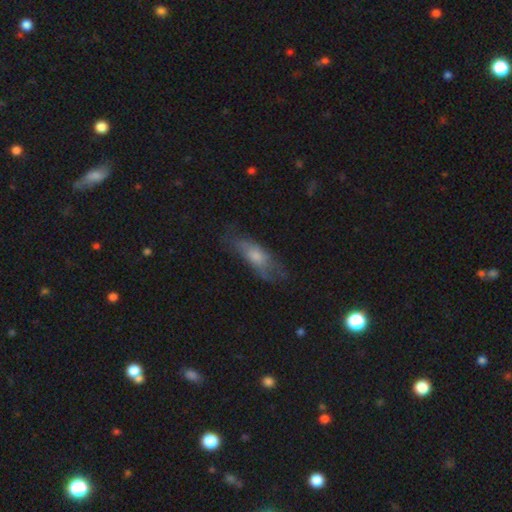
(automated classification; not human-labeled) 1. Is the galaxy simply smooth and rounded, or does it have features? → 53% smooth, 37% featured or disk, 9% star or artifact.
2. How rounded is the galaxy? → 59% in between, 37% cigar-shaped, 3% round.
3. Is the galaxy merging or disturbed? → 58% none, 27% minor disturbance, 14% major disturbance, 2% merger.